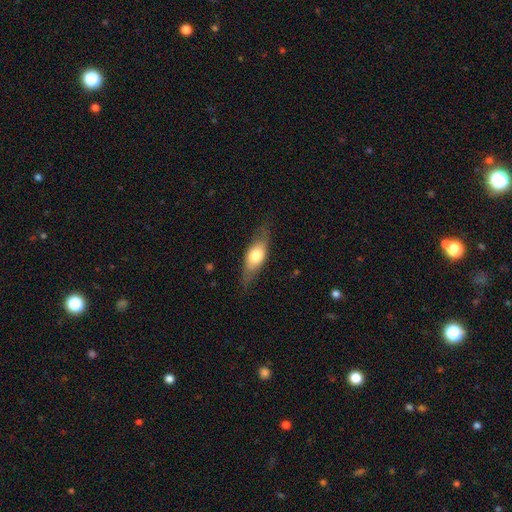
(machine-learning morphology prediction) smooth_or_featured: smooth (p=0.61) [alt: featured or disk p=0.33]
how_rounded: in between (p=0.68) [alt: cigar-shaped p=0.27]
merging: none (p=0.75) [alt: minor disturbance p=0.19]